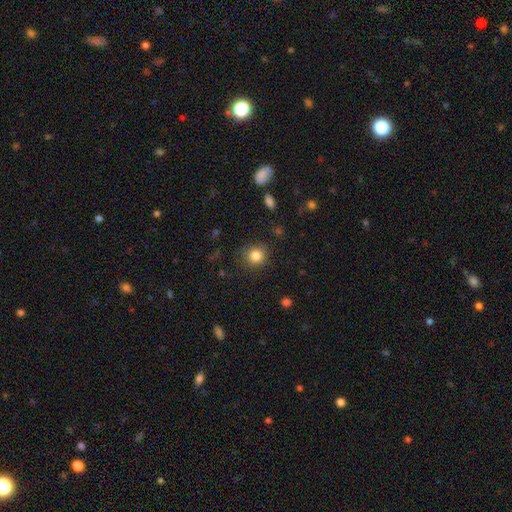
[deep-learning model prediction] A smooth galaxy with no disk features (83%) that is round (86%). Merging: none (86%).